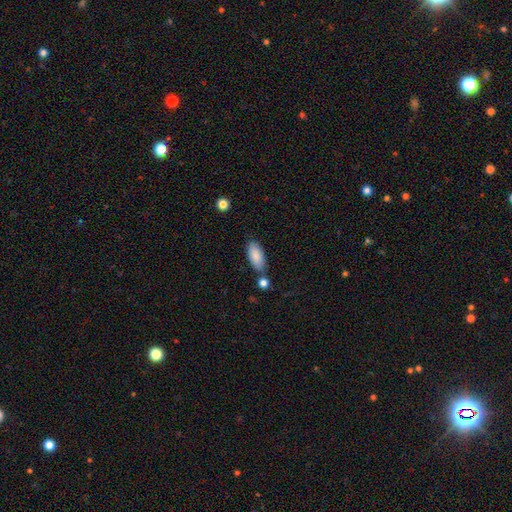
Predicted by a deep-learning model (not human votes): The model was most divided on "merging": none: 74%, minor disturbance: 14%, merger: 9%, major disturbance: 3%. More confident: how rounded — in between (88%); smooth or featured — smooth (86%).